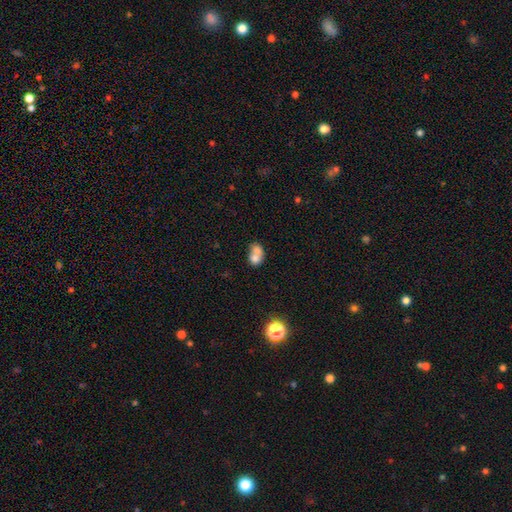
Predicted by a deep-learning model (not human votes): Smooth or featured?
  - smooth: 71% *
  - featured or disk: 19%
  - star or artifact: 10%
How rounded?
  - in between: 50% *
  - round: 48%
  - cigar-shaped: 1%
Merging?
  - merger: 70% *
  - none: 19%
  - minor disturbance: 7%
  - major disturbance: 4%